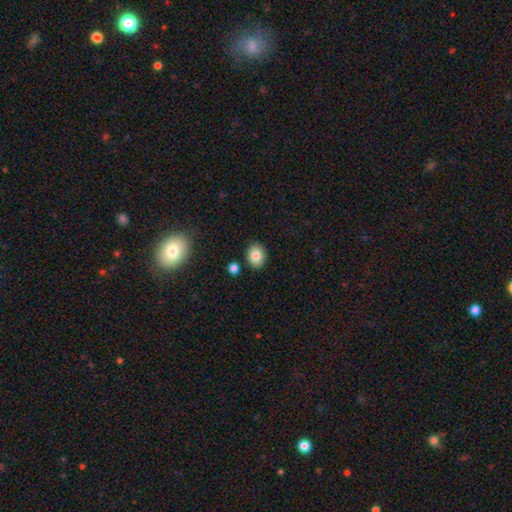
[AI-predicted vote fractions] A smooth galaxy with no disk features (82%) that is round (53%). Merging: none (86%).